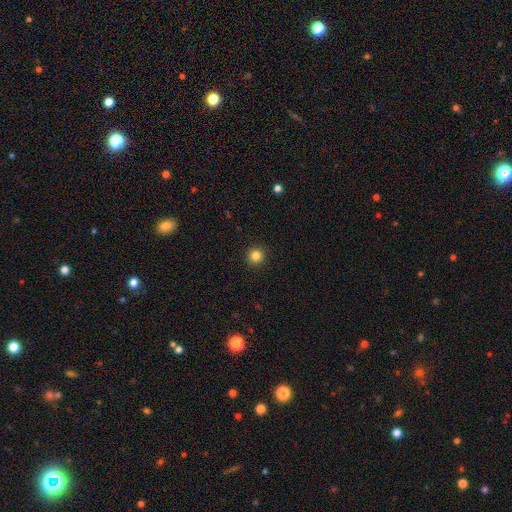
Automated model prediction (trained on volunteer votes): The model was most divided on "smooth or featured": smooth: 83%, star or artifact: 12%, featured or disk: 4%. More confident: how rounded — round (96%); merging — none (93%).